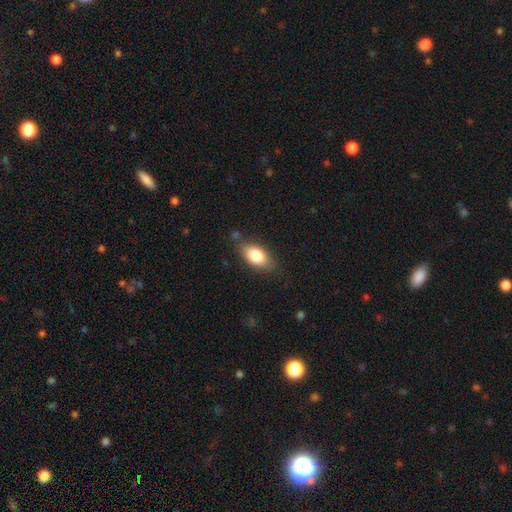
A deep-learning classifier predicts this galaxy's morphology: type=smooth (81%); roundness=in between (89%); merging=none (77%).